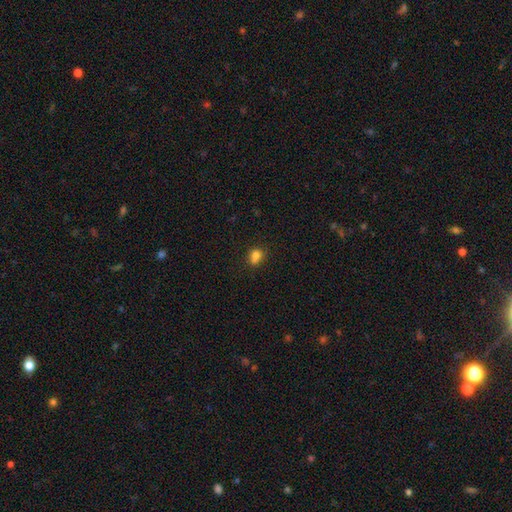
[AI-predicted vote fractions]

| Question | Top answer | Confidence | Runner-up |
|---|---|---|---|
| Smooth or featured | smooth | 78% | star or artifact (13%) |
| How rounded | round | 53% | in between (46%) |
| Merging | none | 53% | minor disturbance (23%) |